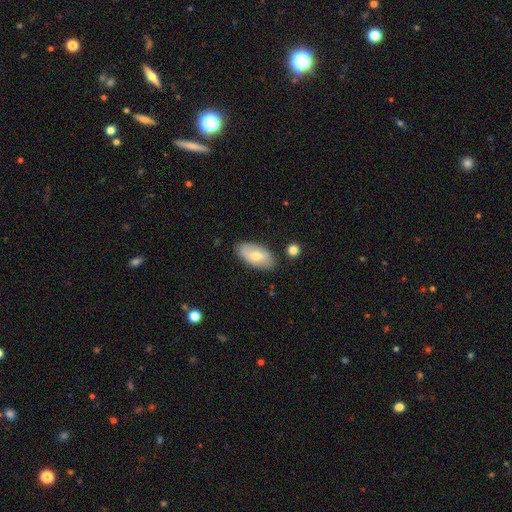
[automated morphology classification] Overall: smooth (59%; featured or disk 35%). How rounded: in between (93%). Merging: none (81%).